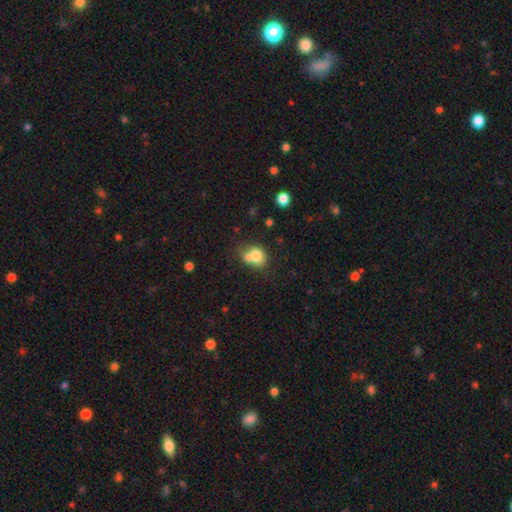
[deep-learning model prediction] smooth-or-featured: smooth: 74% | featured or disk: 16% | star or artifact: 10%
  how-rounded: round: 52% | in between: 47% | cigar-shaped: 1%
  merging: merger: 49% | none: 35% | minor disturbance: 11% | major disturbance: 5%